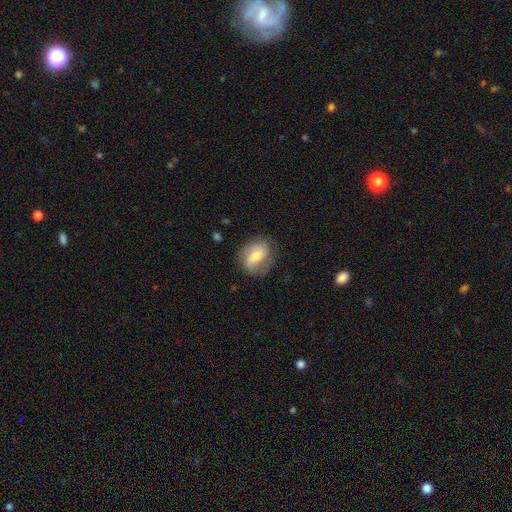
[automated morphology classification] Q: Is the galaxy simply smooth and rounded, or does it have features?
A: featured or disk — 47%.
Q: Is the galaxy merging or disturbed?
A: none — 72%.